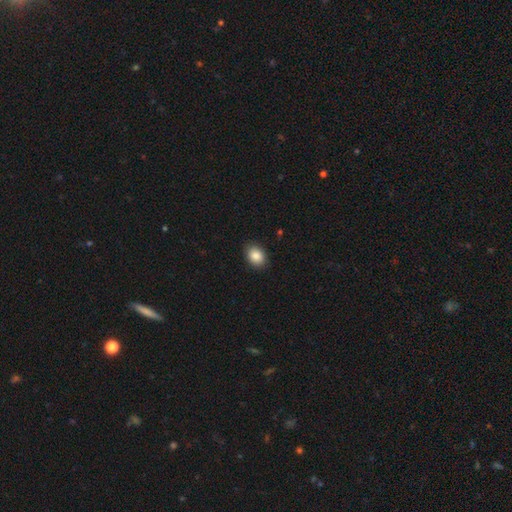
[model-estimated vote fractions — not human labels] Overall: smooth (87%). How rounded: in between (66%; round 33%). Merging: none (88%).